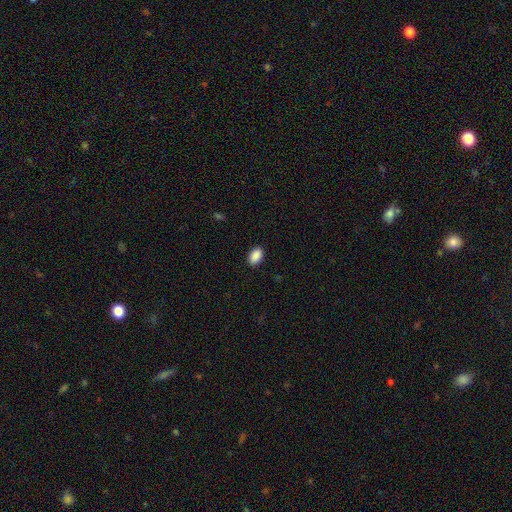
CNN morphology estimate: A smooth galaxy with no disk features (90%) that is in between round and cigar-shaped (88%). Merging: none (89%).